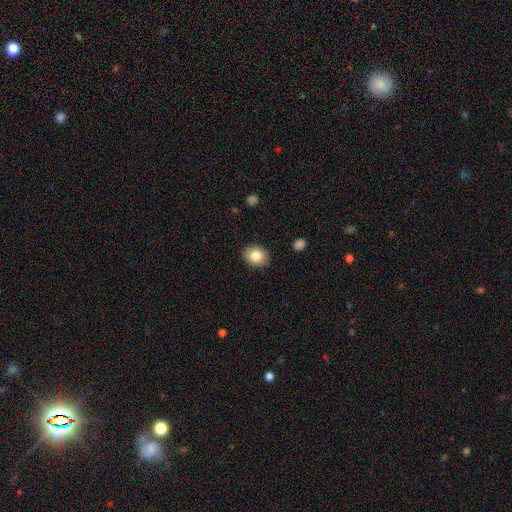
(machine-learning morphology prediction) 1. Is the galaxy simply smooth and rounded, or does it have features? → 83% smooth, 9% featured or disk, 8% star or artifact.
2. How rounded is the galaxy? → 50% round (tied), 50% in between (tied), 1% cigar-shaped.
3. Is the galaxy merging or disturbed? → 88% none, 8% minor disturbance, 2% major disturbance, 1% merger.